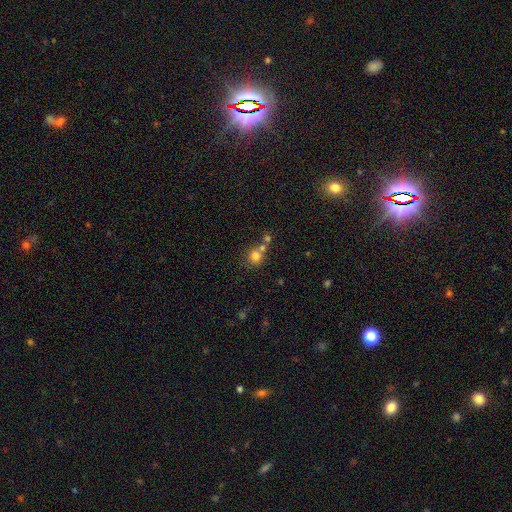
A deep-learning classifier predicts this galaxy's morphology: Smooth or featured?
  - smooth: 77% *
  - star or artifact: 13%
  - featured or disk: 10%
How rounded?
  - round: 84% *
  - in between: 15%
  - cigar-shaped: 1%
Merging?
  - none: 47% *
  - merger: 40%
  - minor disturbance: 9%
  - major disturbance: 4%